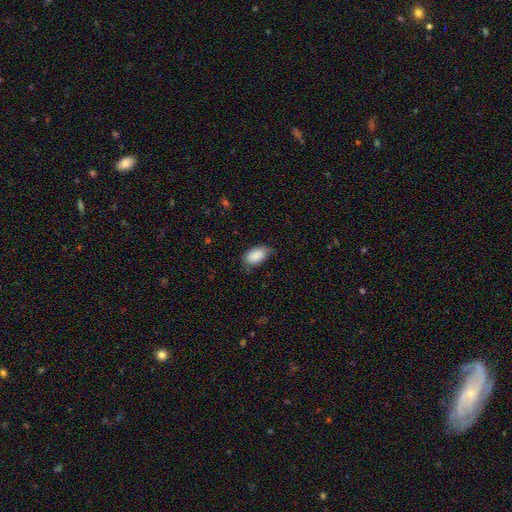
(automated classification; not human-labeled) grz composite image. It shows a smooth galaxy with no disk features (88%) that is in between round and cigar-shaped (93%). Merging: none (65%).